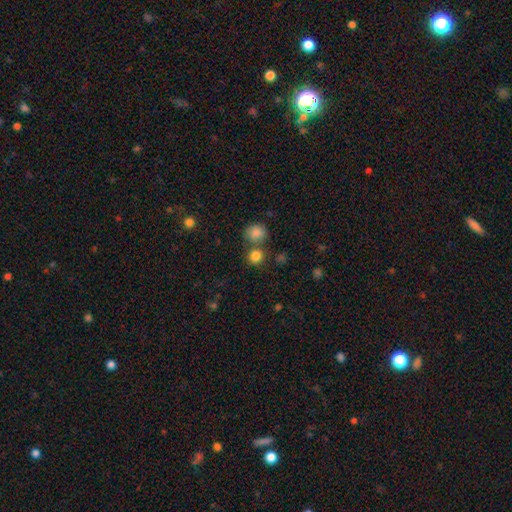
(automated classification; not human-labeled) smooth 83%, star or artifact 12%, featured or disk 5%. Down the decision tree: how rounded — round (85%); merging — none (66%).